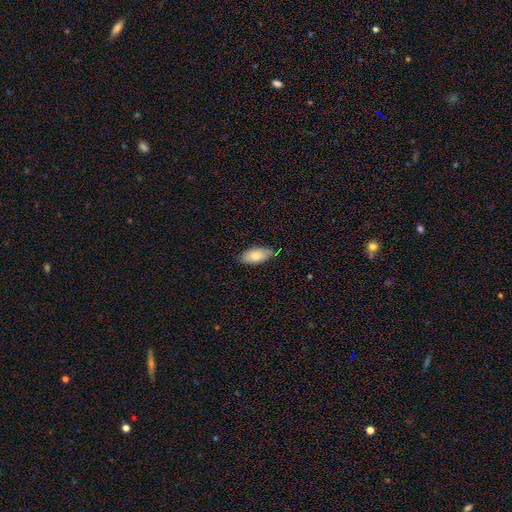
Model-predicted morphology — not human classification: Smooth or featured?
  - smooth: 78% *
  - featured or disk: 15%
  - star or artifact: 7%
How rounded?
  - in between: 90% *
  - cigar-shaped: 7%
  - round: 2%
Merging?
  - none: 74% *
  - minor disturbance: 21%
  - major disturbance: 3%
  - merger: 2%